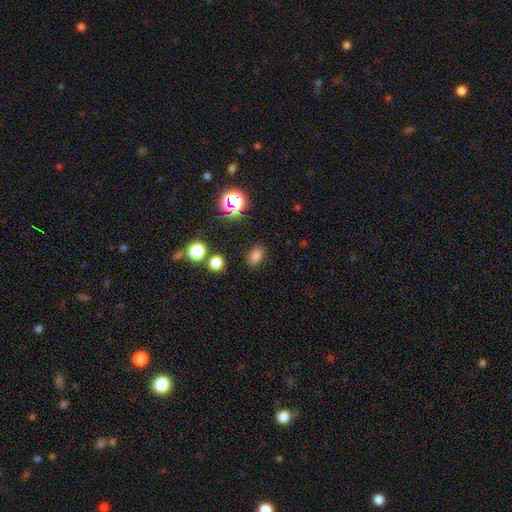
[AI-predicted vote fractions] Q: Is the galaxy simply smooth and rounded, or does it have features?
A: smooth — 74%.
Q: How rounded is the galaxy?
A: in between — 79%.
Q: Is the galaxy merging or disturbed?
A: none — 84%.